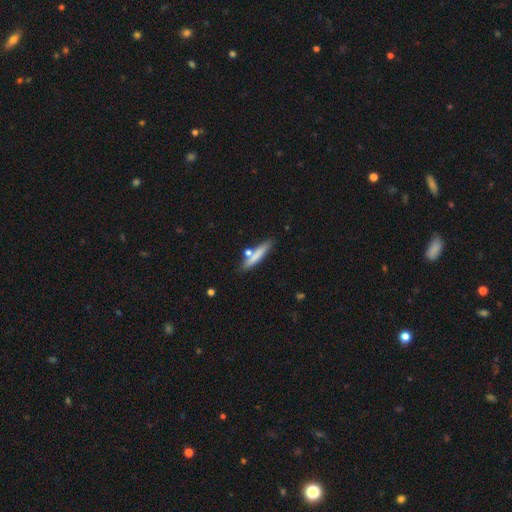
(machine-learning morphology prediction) A smooth galaxy with no disk features (71%) that is cigar-shaped (88%). Merging: none (75%).